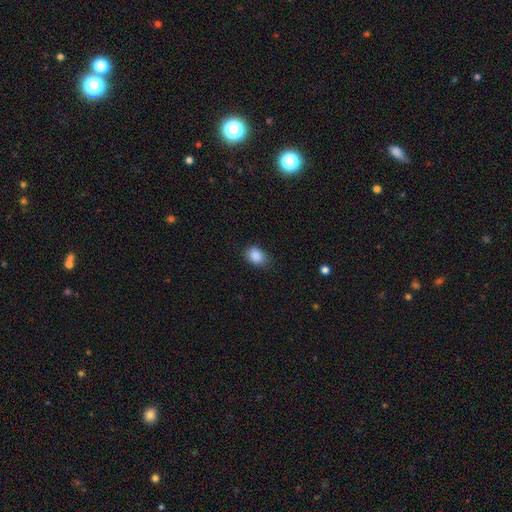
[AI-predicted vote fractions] smooth-or-featured: smooth: 88% | star or artifact: 8% | featured or disk: 3%
  how-rounded: in between: 75% | round: 24% | cigar-shaped: 1%
  merging: none: 76% | minor disturbance: 19% | major disturbance: 4% | merger: 1%